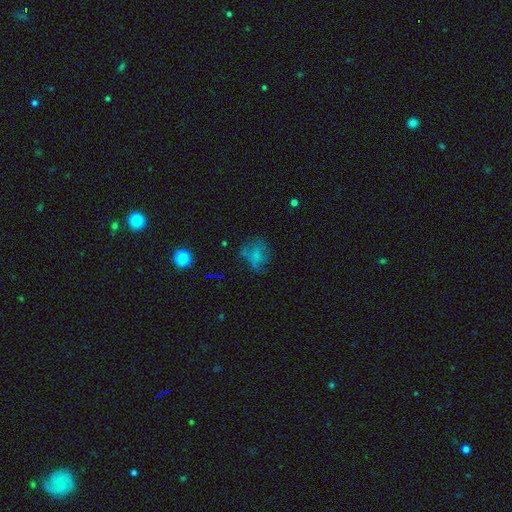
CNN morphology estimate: A smooth galaxy with no disk features (58%) that is round (50%). Merging: none (48%).